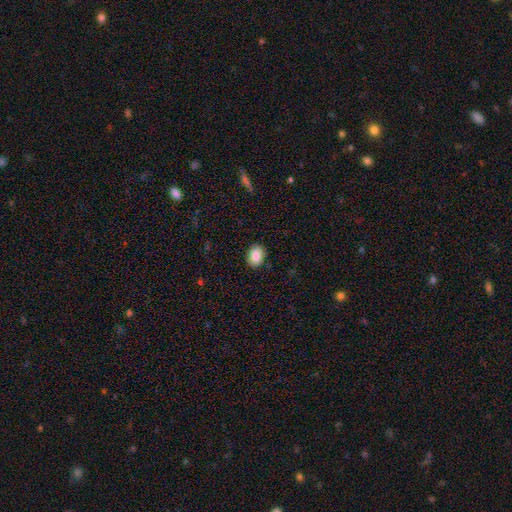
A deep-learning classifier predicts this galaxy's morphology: A smooth galaxy with no disk features (88%) that is in between round and cigar-shaped (69%). Merging: none (88%).